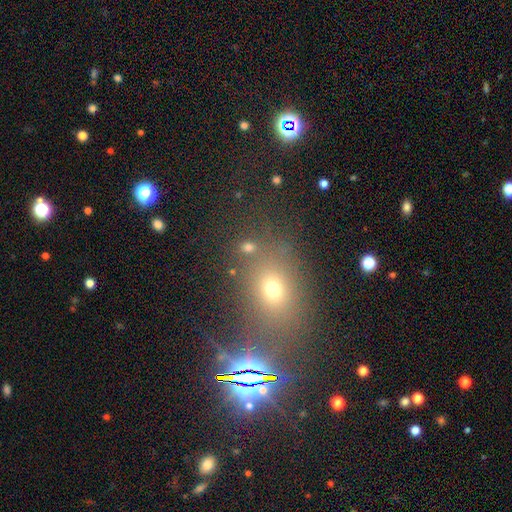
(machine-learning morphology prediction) A star or artifact, not a galaxy (46%).

Vote fractions:
- Smooth or featured? star or artifact: 46% / smooth: 43% / featured or disk: 11%